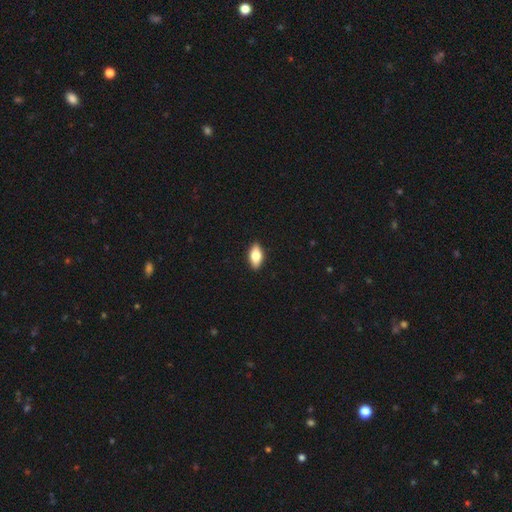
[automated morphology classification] smooth_or_featured: smooth (p=0.74) [alt: featured or disk p=0.19]
how_rounded: in between (p=0.86) [alt: cigar-shaped p=0.10]
merging: none (p=0.90) [alt: minor disturbance p=0.07]